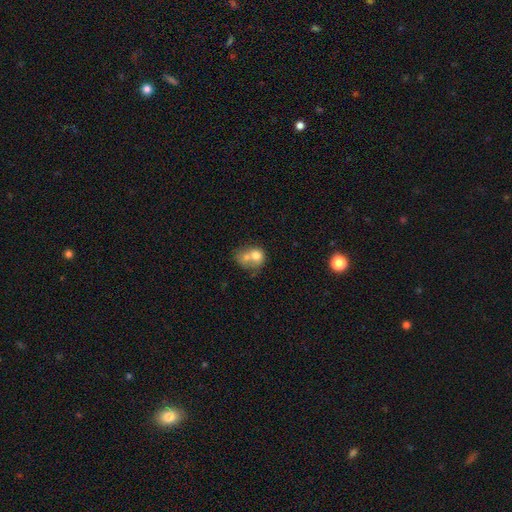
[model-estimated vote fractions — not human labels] Smooth or featured?
  - smooth: 68% *
  - featured or disk: 23%
  - star or artifact: 9%
How rounded?
  - round: 61% *
  - in between: 39%
  - cigar-shaped: 1%
Merging?
  - merger: 67% *
  - none: 19%
  - minor disturbance: 8%
  - major disturbance: 6%